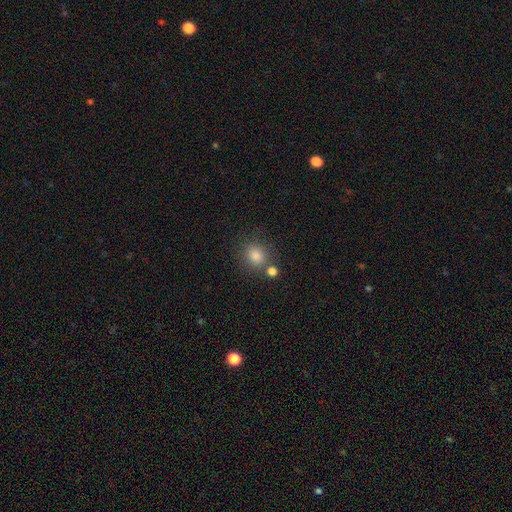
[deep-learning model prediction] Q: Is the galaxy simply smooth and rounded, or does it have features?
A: smooth — 81%.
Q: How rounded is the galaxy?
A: round — 77%.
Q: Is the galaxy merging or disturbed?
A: none — 73%.